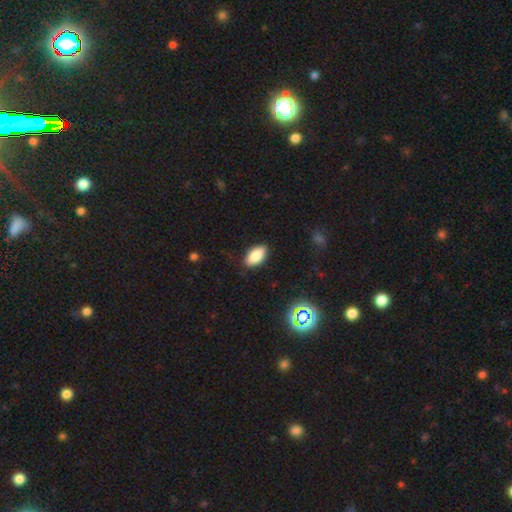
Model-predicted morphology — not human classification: smooth-or-featured: smooth: 85% | star or artifact: 8% | featured or disk: 7%
  how-rounded: in between: 93% | cigar-shaped: 4% | round: 3%
  merging: none: 86% | minor disturbance: 11% | major disturbance: 2% | merger: 1%